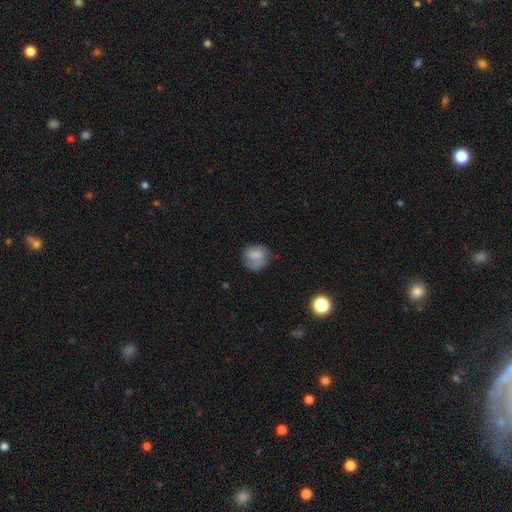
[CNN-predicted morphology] smooth 71%, featured or disk 20%, star or artifact 9%. Down the decision tree: how rounded — round (74%); merging — none (58%).